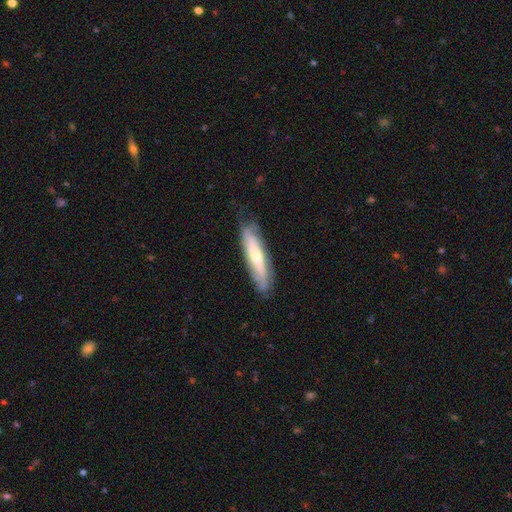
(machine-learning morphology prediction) Smooth or featured?
  - featured or disk: 58% *
  - smooth: 36%
  - star or artifact: 6%
Edge-on disk?
  - no: 51% *
  - yes: 49%
Merging?
  - none: 74% *
  - minor disturbance: 20%
  - major disturbance: 5%
  - merger: 1%